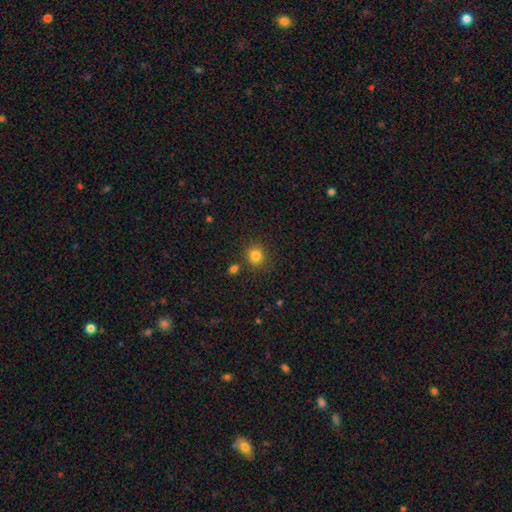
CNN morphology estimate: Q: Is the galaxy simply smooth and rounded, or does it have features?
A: smooth — 82%.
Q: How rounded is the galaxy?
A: round — 87%.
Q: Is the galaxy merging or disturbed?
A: none — 82%.